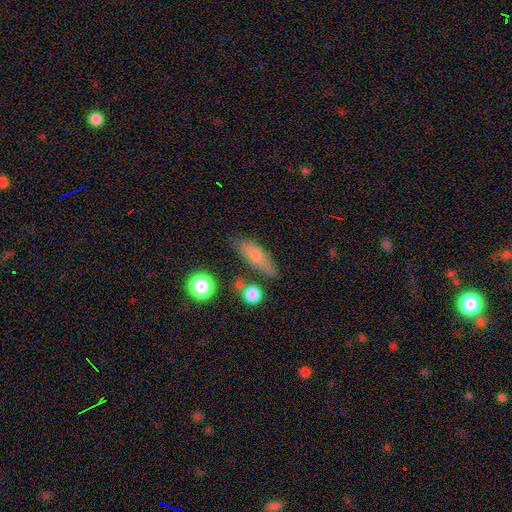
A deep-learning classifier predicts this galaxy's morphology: This is likely a smooth galaxy (71%). How rounded: possibly in between (54%). Merging: likely none (62%).